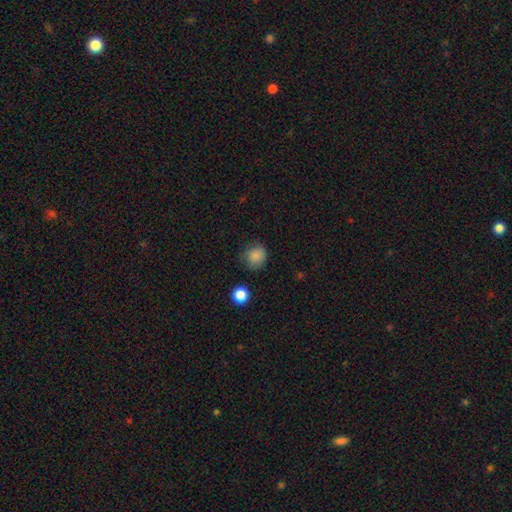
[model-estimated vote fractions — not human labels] Smooth or featured? Predicted: smooth (p=0.85). How rounded? Predicted: round (p=0.83). Merging? Predicted: none (p=0.74).